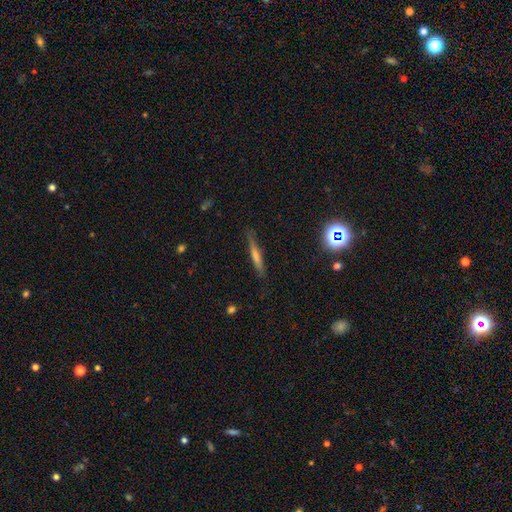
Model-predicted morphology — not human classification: Smooth or featured? Predicted: featured or disk (p=0.51). Edge-on disk? Predicted: yes (p=0.91). Merging? Predicted: none (p=0.85).